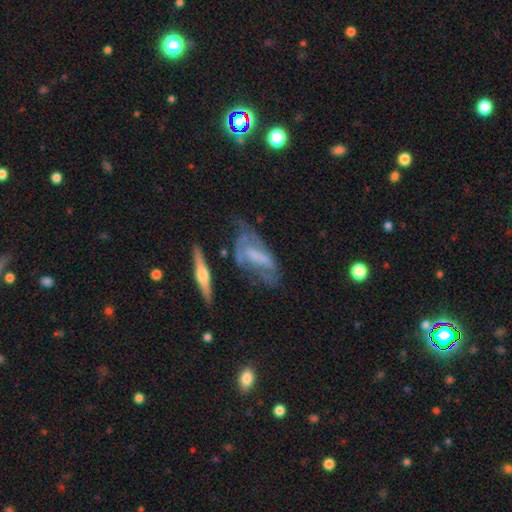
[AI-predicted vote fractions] Q: Smooth or featured?
A: featured or disk (65%); runner-up: smooth (26%)
Q: Edge-on disk?
A: no (78%); runner-up: yes (22%)
Q: Bar?
A: no (37%); runner-up: weak (35%)
Q: Spiral arms?
A: yes (66%); runner-up: no (34%)
Q: Bulge size?
A: none (48%); runner-up: small (22%)
Q: Merging?
A: none (40%); runner-up: major disturbance (27%)